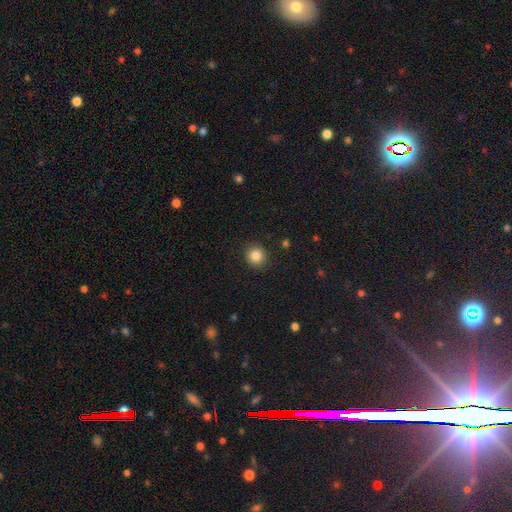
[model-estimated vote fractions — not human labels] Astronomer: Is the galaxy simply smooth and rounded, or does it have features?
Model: smooth — 85%.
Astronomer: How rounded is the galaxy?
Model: round — 91%.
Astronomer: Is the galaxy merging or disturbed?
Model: none — 91%.